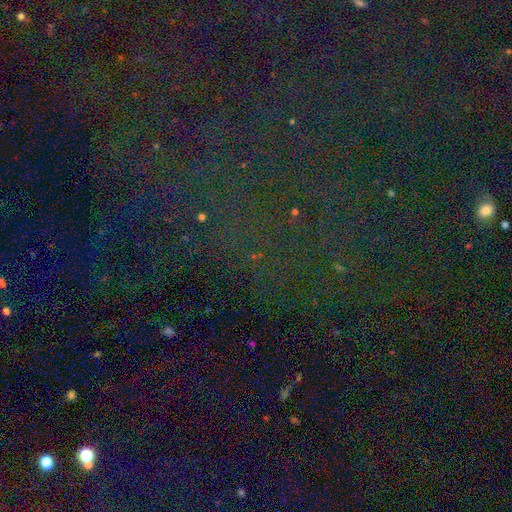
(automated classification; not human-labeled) Smooth or featured?
  - star or artifact: 82% *
  - smooth: 10%
  - featured or disk: 7%